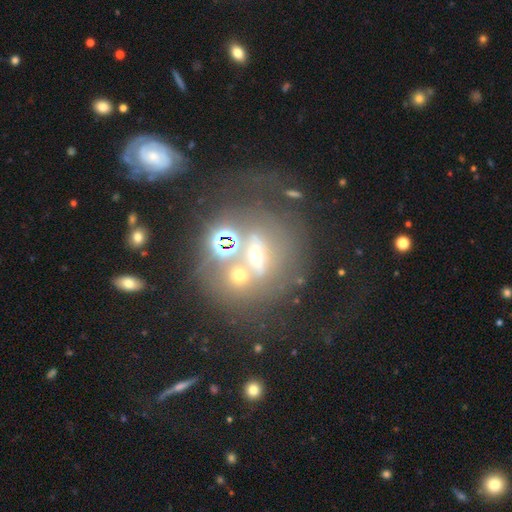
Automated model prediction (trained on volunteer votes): A featured or disk galaxy (47%).

Vote fractions:
- Smooth or featured? featured or disk: 47% / smooth: 27% / star or artifact: 26%
- Merging? merger: 36% / none: 31% / major disturbance: 20% / minor disturbance: 13%